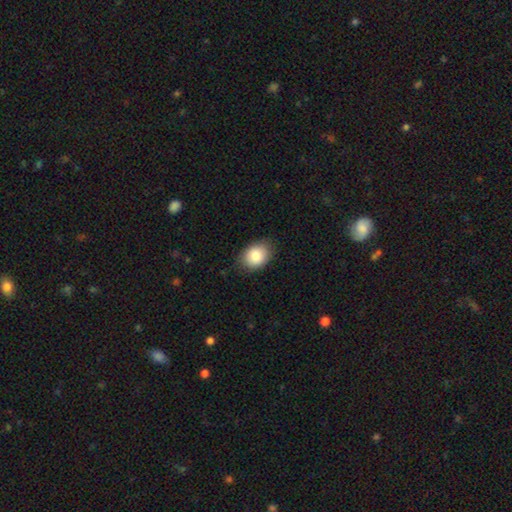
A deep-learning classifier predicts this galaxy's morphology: Smooth or featured: smooth — 85% (featured or disk — 8%)
How rounded: in between — 70% (round — 29%)
Merging: none — 81% (minor disturbance — 15%)